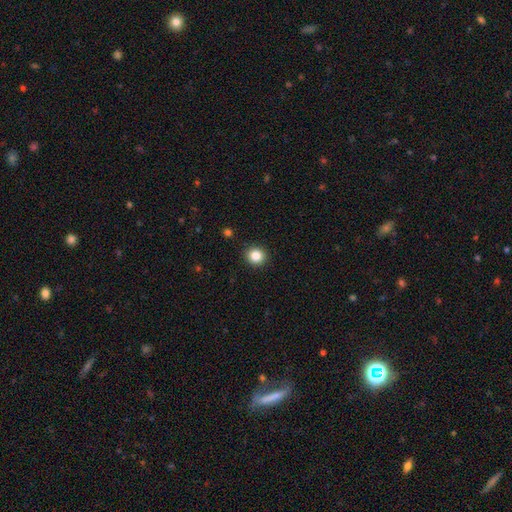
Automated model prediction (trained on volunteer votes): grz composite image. It shows a smooth galaxy with no disk features (85%) that is round (90%). Merging: none (92%).